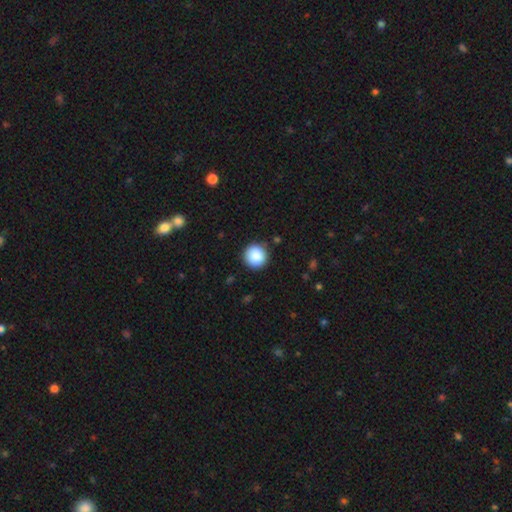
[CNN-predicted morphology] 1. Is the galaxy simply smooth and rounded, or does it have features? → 88% smooth, 8% star or artifact, 4% featured or disk.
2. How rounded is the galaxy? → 95% round, 4% in between, 1% cigar-shaped.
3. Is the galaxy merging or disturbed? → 90% none, 7% minor disturbance, 2% major disturbance, 1% merger.